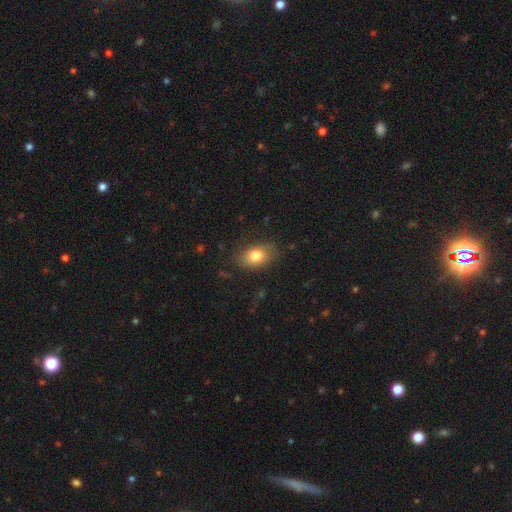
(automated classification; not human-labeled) This is likely a smooth galaxy (80%). How rounded: clearly in between (81%). Merging: likely none (77%).